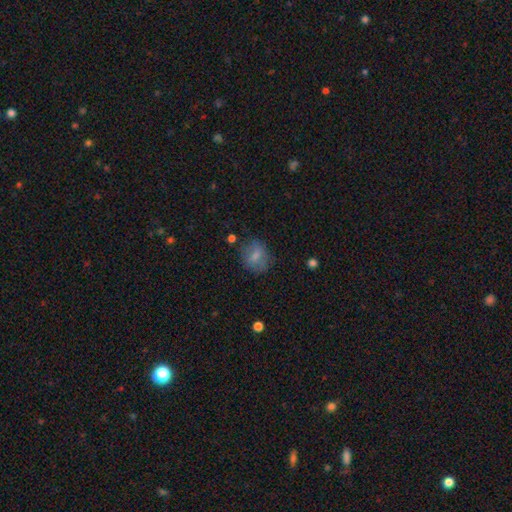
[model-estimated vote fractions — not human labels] This is likely a smooth galaxy (71%). How rounded: possibly round (57%). Merging: likely none (74%).